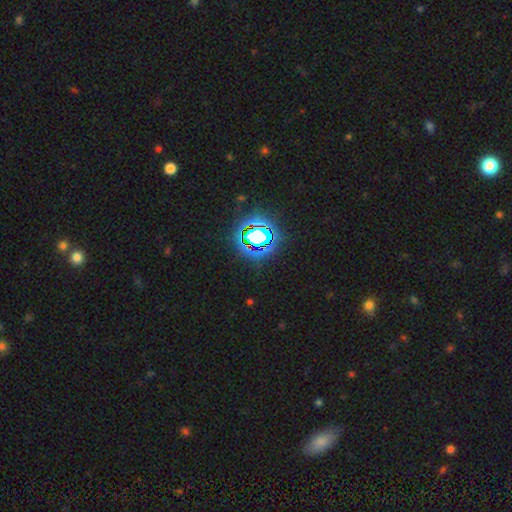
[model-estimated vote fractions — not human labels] Morphology: type=star or artifact (81%).